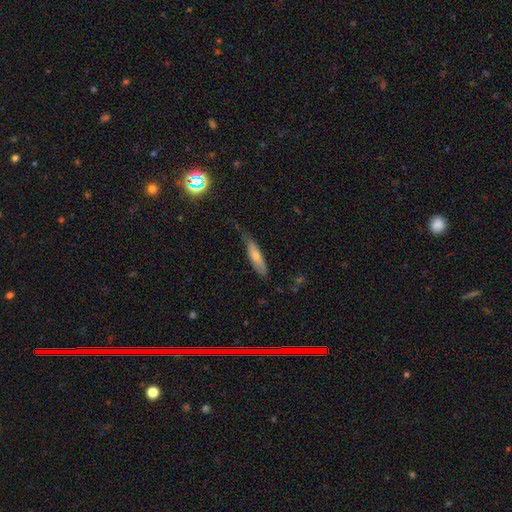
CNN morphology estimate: This is likely a smooth galaxy (69%). How rounded: likely cigar-shaped (65%). Merging: possibly none (51%).